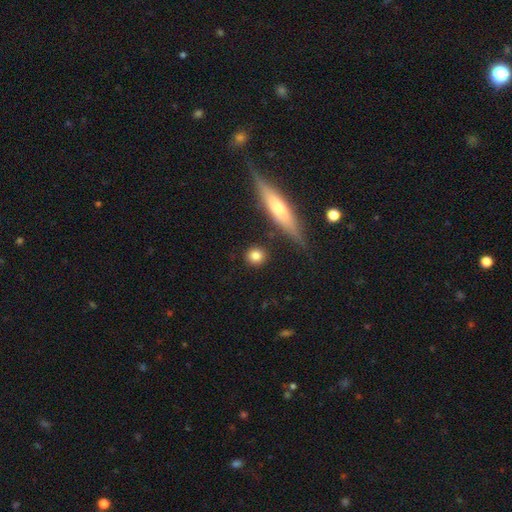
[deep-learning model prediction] smooth_or_featured: smooth (p=0.83) [alt: featured or disk p=0.09]
how_rounded: round (p=0.87) [alt: in between p=0.10]
merging: none (p=0.87) [alt: minor disturbance p=0.07]